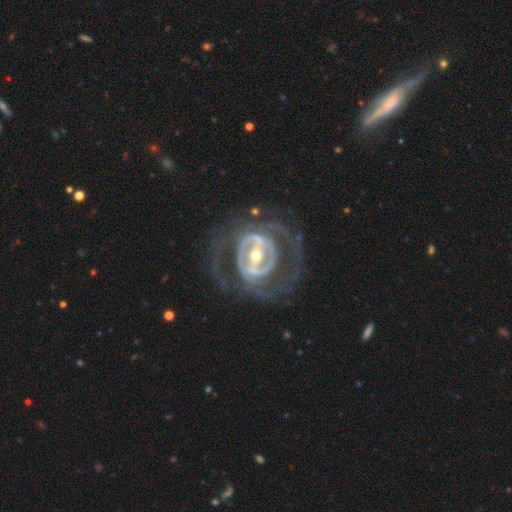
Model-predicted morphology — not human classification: smooth-or-featured: featured or disk: 89% | smooth: 6% | star or artifact: 5%
  disk-edge-on: no: 95% | yes: 5%
    bar: strong: 67% | weak: 22% | no: 10%
    has-spiral-arms: yes: 77% | no: 23%
      spiral-winding: tight: 49% | medium: 36% | loose: 16%
      spiral-arm-count: 2: 52% | can't tell: 24% | 3: 10% | 1: 6% | 4: 4% | more than 4: 4%
    bulge-size: moderate: 56% | small: 37% | large: 5% | dominant: 1% | none: 1%
  merging: none: 65% | major disturbance: 20% | minor disturbance: 13% | merger: 2%